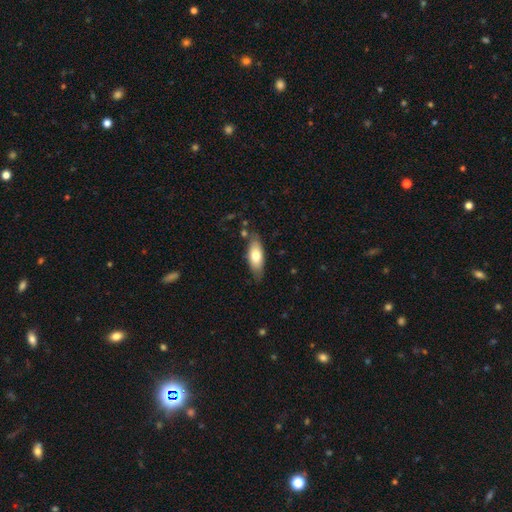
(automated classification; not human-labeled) Morphology: type=smooth (72%); roundness=in between (77%); merging=none (76%).